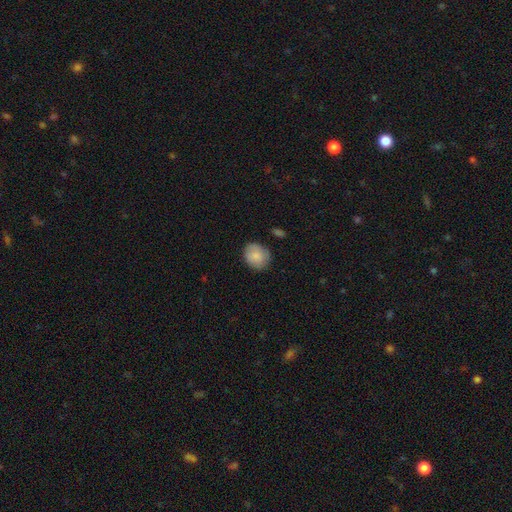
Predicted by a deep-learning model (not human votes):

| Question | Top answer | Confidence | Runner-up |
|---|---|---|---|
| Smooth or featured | smooth | 84% | featured or disk (10%) |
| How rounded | round | 70% | in between (29%) |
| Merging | none | 80% | minor disturbance (15%) |